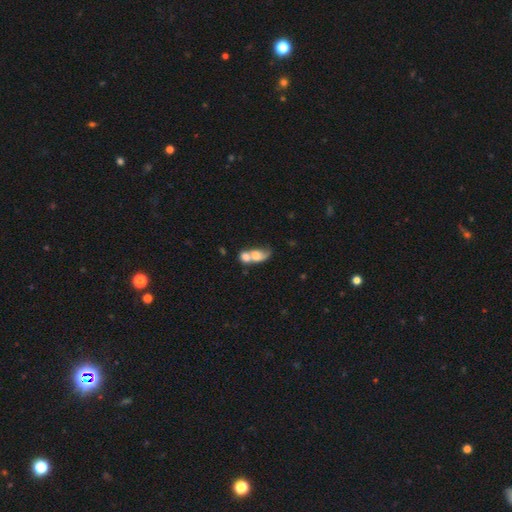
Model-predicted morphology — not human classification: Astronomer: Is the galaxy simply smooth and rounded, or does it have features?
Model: smooth — 64%.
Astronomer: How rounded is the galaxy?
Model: in between — 71%.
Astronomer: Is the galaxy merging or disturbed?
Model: merger — 75%.